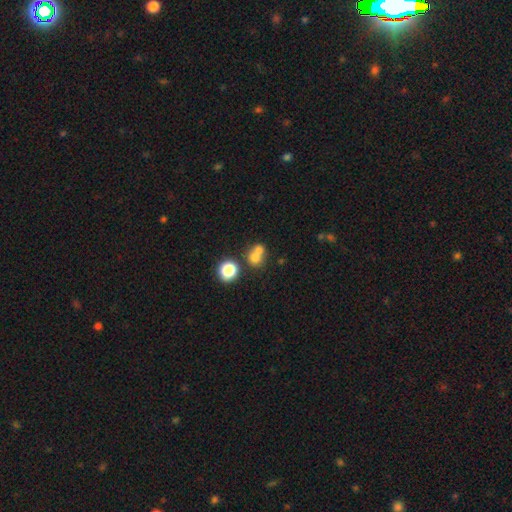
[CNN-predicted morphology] Overall: smooth (71%). How rounded: round (78%). Merging: merger (55%; none 35%).